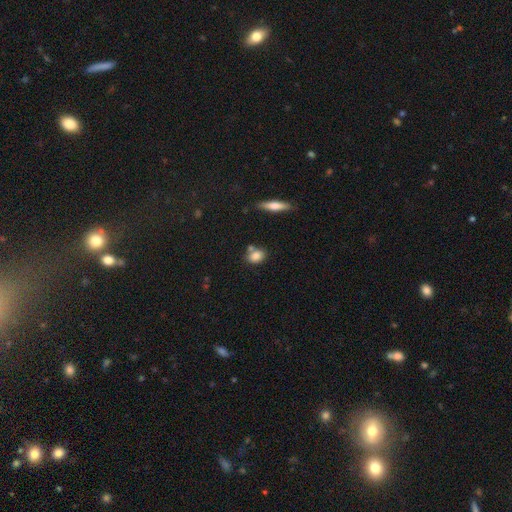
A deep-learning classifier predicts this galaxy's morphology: A smooth galaxy with no disk features (80%) that is in between round and cigar-shaped (65%).

Vote fractions:
- Smooth or featured? smooth: 80% / featured or disk: 11% / star or artifact: 9%
- How rounded? in between: 65% / round: 32% / cigar-shaped: 3%
- Merging? none: 65% / merger: 18% / minor disturbance: 14% / major disturbance: 3%